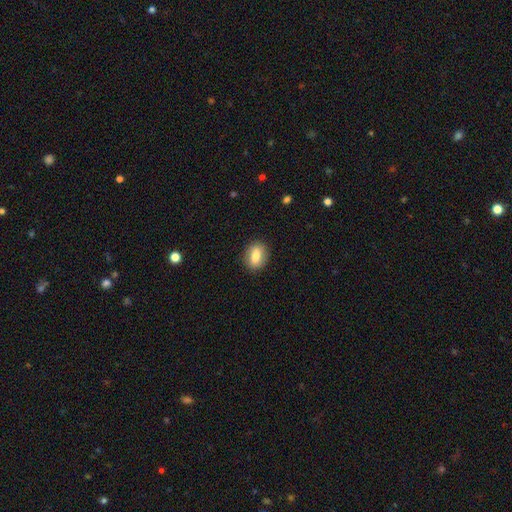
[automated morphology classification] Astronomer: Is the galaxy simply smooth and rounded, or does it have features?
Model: smooth — 77%.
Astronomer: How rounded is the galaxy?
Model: in between — 62%.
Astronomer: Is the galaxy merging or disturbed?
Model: none — 87%.